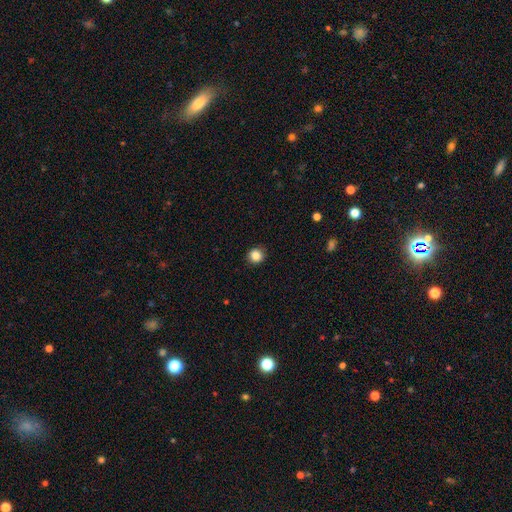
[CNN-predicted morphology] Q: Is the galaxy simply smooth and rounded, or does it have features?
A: smooth — 85%.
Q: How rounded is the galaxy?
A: round — 90%.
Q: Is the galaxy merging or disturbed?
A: none — 90%.